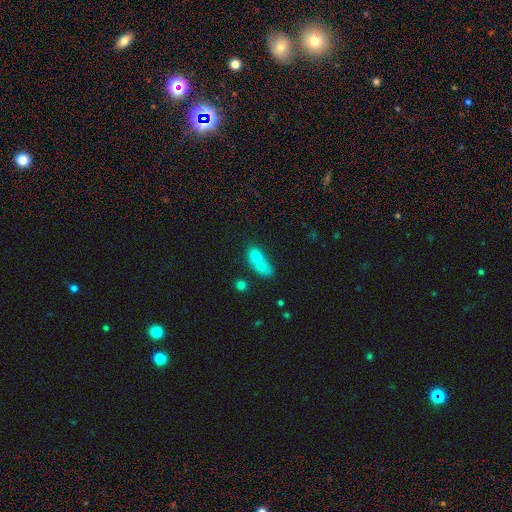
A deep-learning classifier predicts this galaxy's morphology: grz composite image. It shows a smooth galaxy with no disk features (67%) that is in between round and cigar-shaped (56%). Merging: merger (57%).